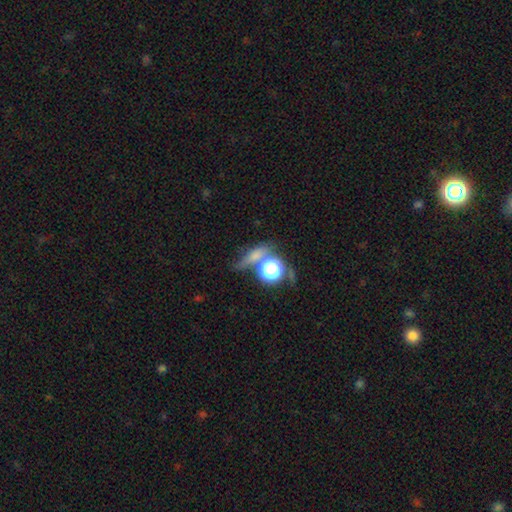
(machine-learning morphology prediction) A smooth galaxy with no disk features (58%) that is round (41%). Merging: none (55%).